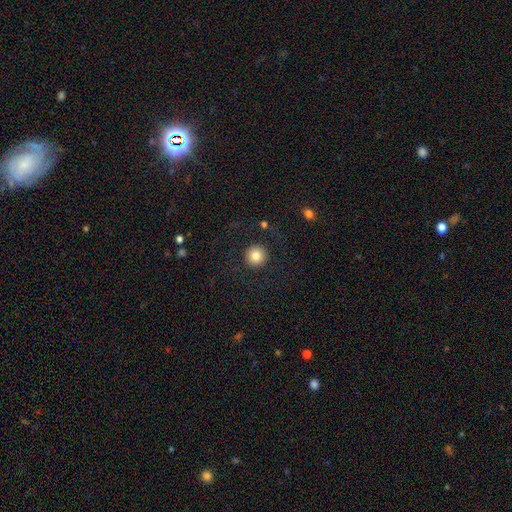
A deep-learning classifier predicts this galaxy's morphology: Smooth or featured: smooth — 83% (star or artifact — 10%)
How rounded: round — 96% (in between — 3%)
Merging: none — 90% (minor disturbance — 5%)